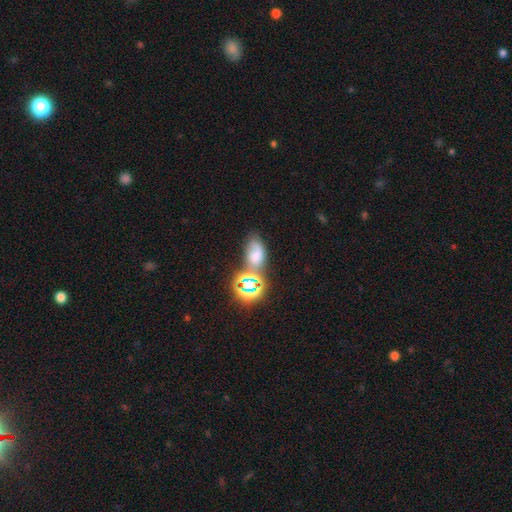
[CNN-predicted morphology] Smooth or featured? Predicted: smooth (p=0.52). How rounded? Predicted: in between (p=0.82). Merging? Predicted: none (p=0.45).